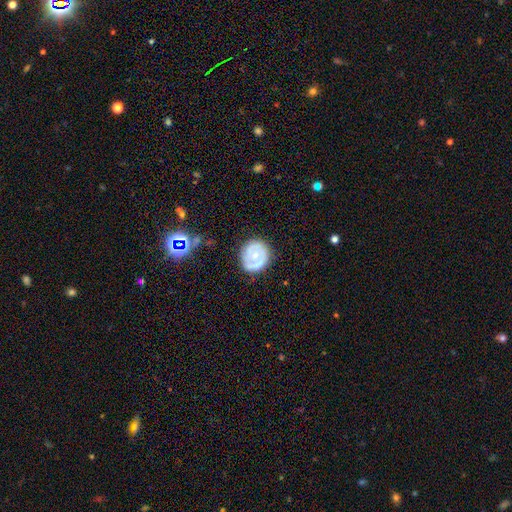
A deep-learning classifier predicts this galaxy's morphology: This is possibly a featured or disk galaxy (51%). It is clearly not viewed edge-on (97%). Merging: likely none (73%).